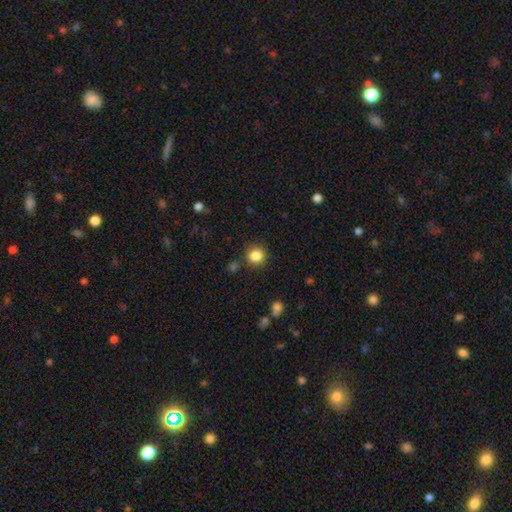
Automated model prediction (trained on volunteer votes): Smooth or featured? smooth (84%)
How rounded? round (90%)
Merging? none (86%)